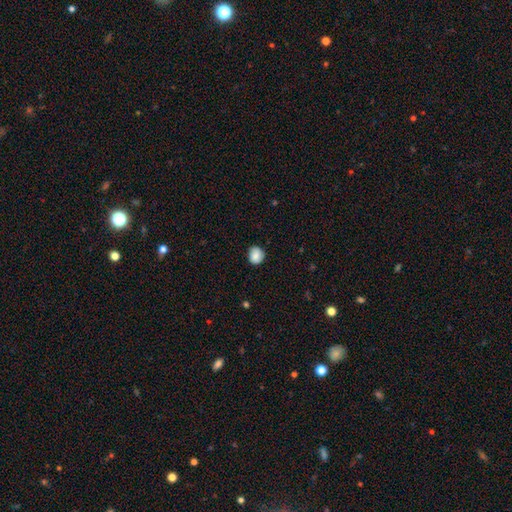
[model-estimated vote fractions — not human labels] This is clearly a smooth galaxy (81%). How rounded: likely round (74%). Merging: likely none (78%).